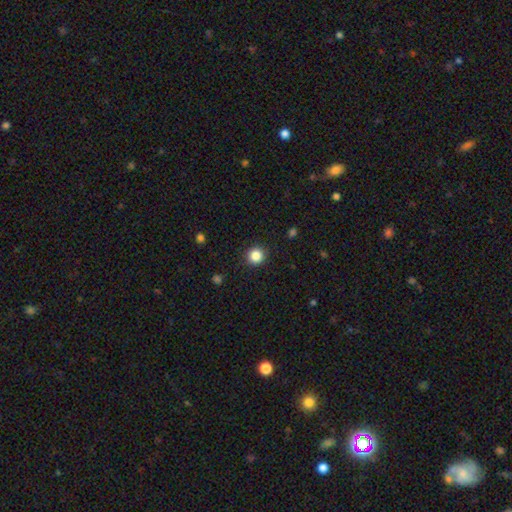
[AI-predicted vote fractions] Smooth or featured?
  - smooth: 84% *
  - star or artifact: 11%
  - featured or disk: 4%
How rounded?
  - round: 93% *
  - in between: 6%
  - cigar-shaped: 1%
Merging?
  - none: 91% *
  - minor disturbance: 6%
  - major disturbance: 2%
  - merger: 1%